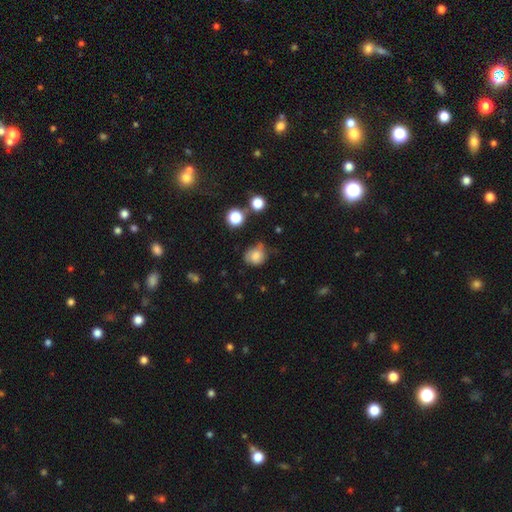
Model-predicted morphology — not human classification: A smooth galaxy with no disk features (76%) that is round (68%). Merging: none (50%).